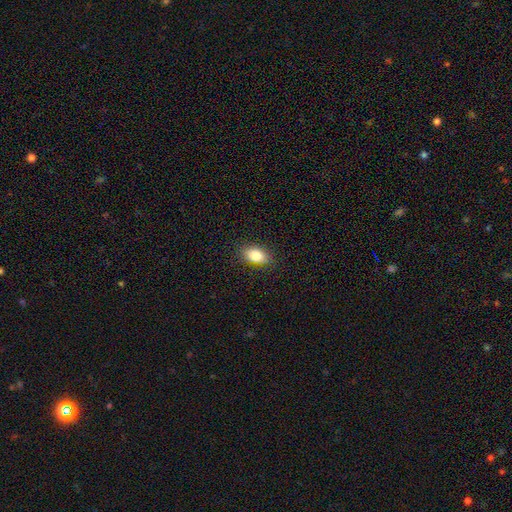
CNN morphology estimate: Smooth or featured? Predicted: smooth (p=0.84). How rounded? Predicted: in between (p=0.89). Merging? Predicted: none (p=0.85).